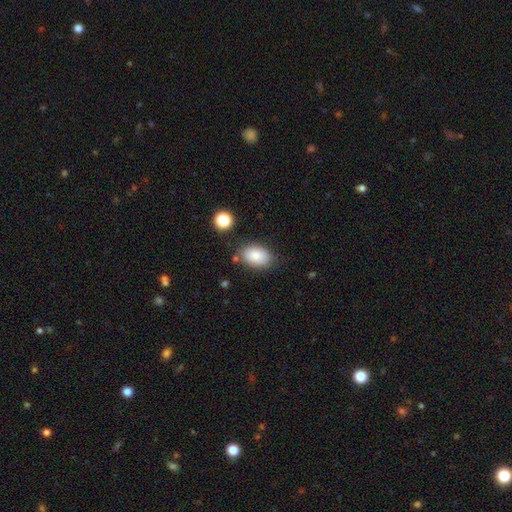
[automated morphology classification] Overall: smooth (84%). How rounded: in between (89%). Merging: none (78%).